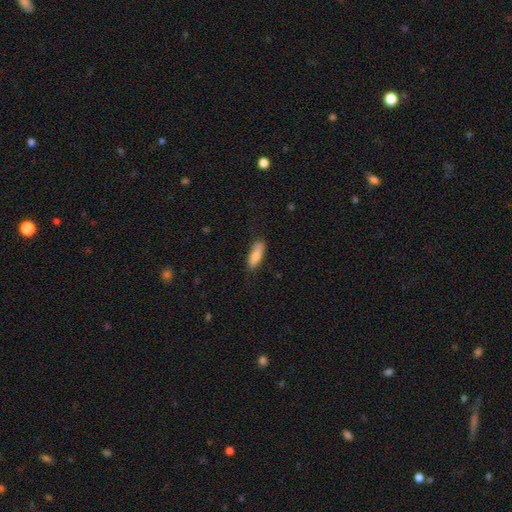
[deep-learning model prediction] Overall: smooth (79%). How rounded: in between (60%; cigar-shaped 38%). Merging: none (72%).